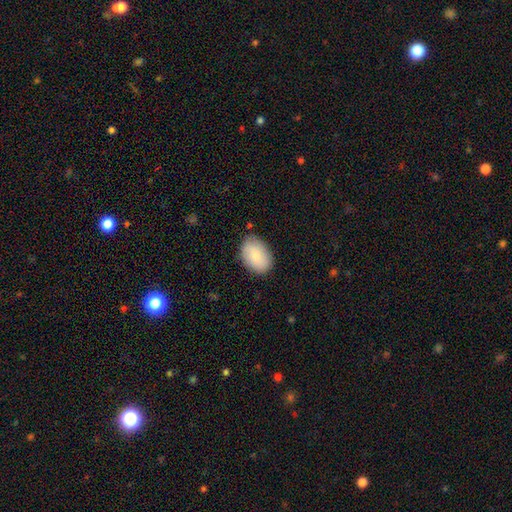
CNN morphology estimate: Smooth or featured? smooth (81%)
How rounded? in between (86%)
Merging? none (82%)